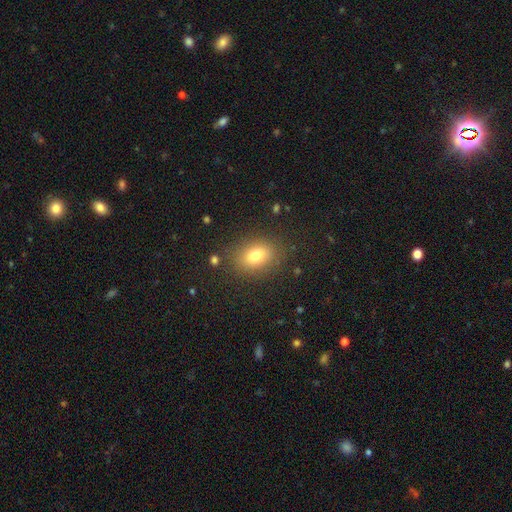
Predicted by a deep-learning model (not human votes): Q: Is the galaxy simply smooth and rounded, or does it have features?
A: smooth — 77%.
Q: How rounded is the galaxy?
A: in between — 72%.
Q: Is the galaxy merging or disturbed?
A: none — 84%.